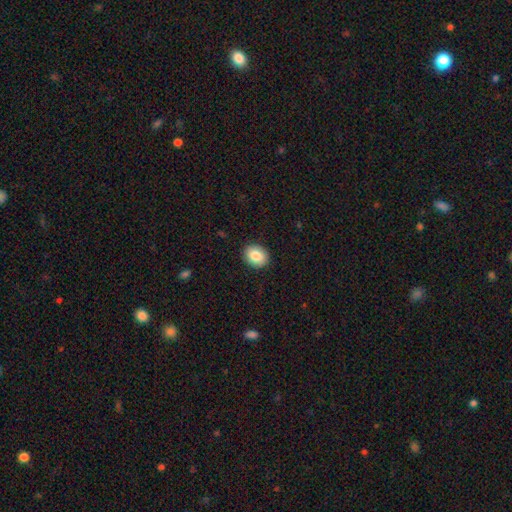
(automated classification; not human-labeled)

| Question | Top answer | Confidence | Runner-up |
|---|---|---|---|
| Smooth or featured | smooth | 85% | star or artifact (8%) |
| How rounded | in between | 54% | round (45%) |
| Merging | none | 91% | minor disturbance (7%) |